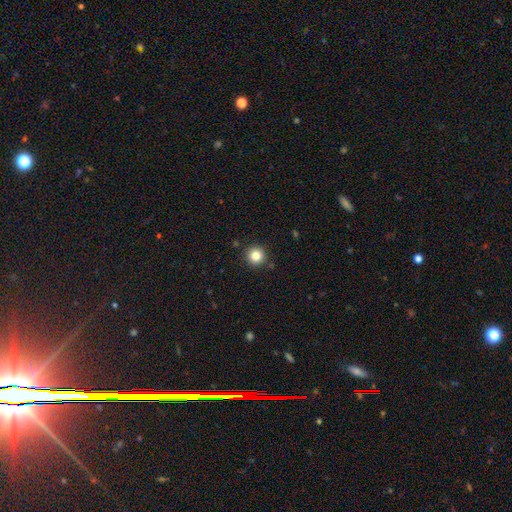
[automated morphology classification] Smooth or featured: smooth — 83% (star or artifact — 11%)
How rounded: round — 95% (in between — 4%)
Merging: none — 91% (minor disturbance — 6%)